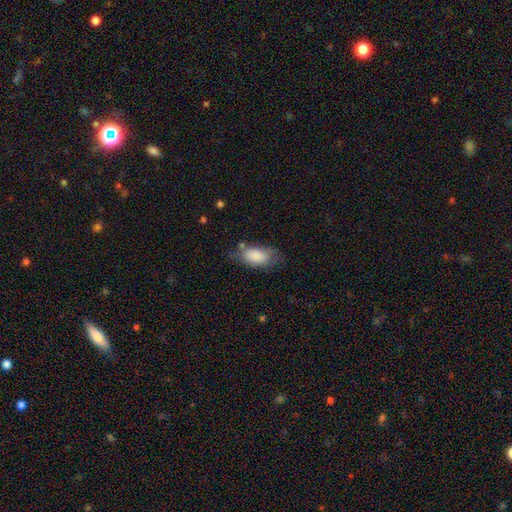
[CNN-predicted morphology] A smooth galaxy with no disk features (83%) that is in between round and cigar-shaped (90%). Merging: none (54%).